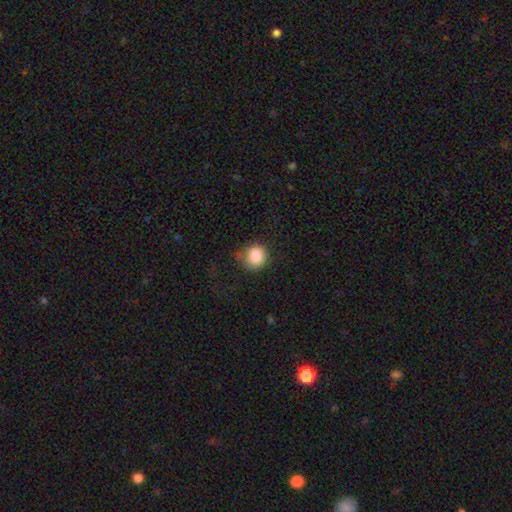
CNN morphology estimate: Q: Smooth or featured?
A: smooth (86%); runner-up: star or artifact (9%)
Q: How rounded?
A: round (84%); runner-up: in between (15%)
Q: Merging?
A: none (67%); runner-up: minor disturbance (22%)